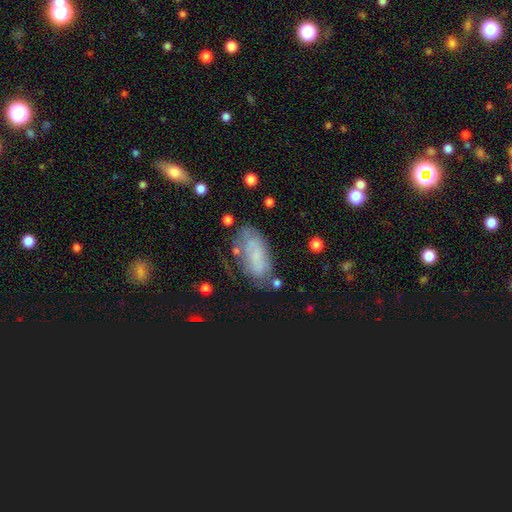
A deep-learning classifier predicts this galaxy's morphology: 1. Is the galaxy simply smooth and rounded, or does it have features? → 51% smooth, 36% featured or disk, 12% star or artifact.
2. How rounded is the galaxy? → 89% in between, 7% cigar-shaped, 4% round.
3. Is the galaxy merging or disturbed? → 50% none, 28% minor disturbance, 16% major disturbance, 6% merger.